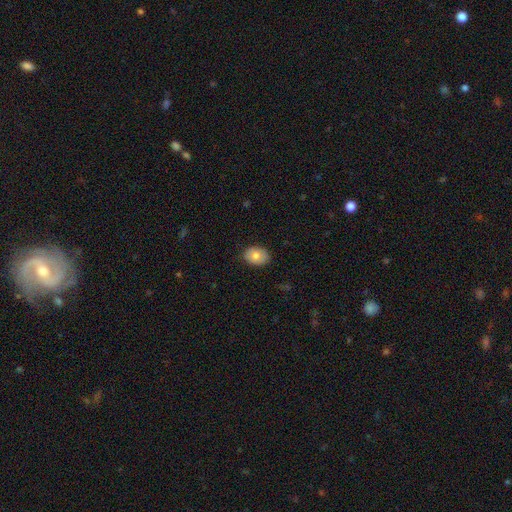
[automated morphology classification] Overall: smooth (77%). How rounded: in between (70%). Merging: none (84%).